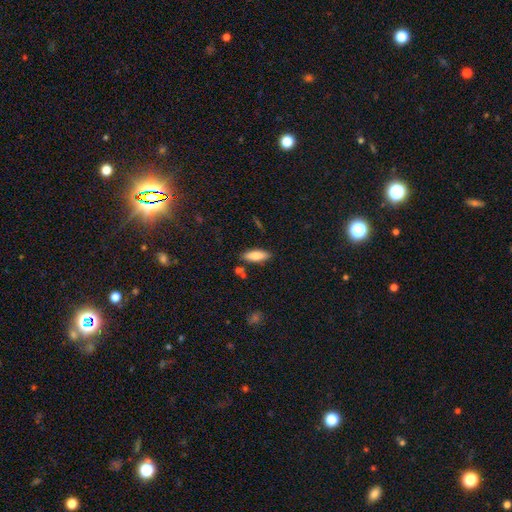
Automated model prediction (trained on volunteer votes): smooth-or-featured: smooth: 78% | featured or disk: 15% | star or artifact: 7%
  how-rounded: in between: 65% | cigar-shaped: 33% | round: 2%
  merging: none: 82% | minor disturbance: 11% | merger: 4% | major disturbance: 2%